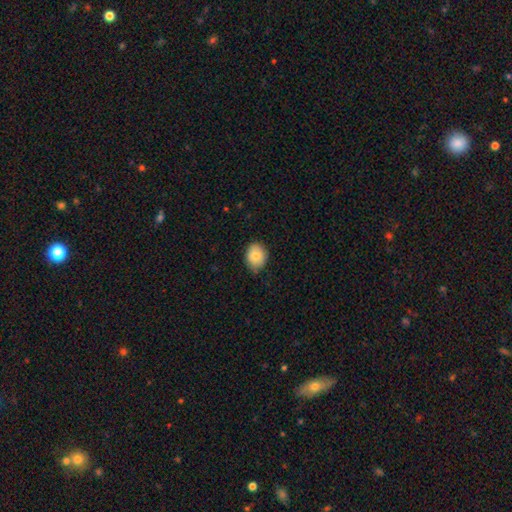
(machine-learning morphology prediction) Overall: smooth (82%). How rounded: round (56%; in between 44%). Merging: none (80%).